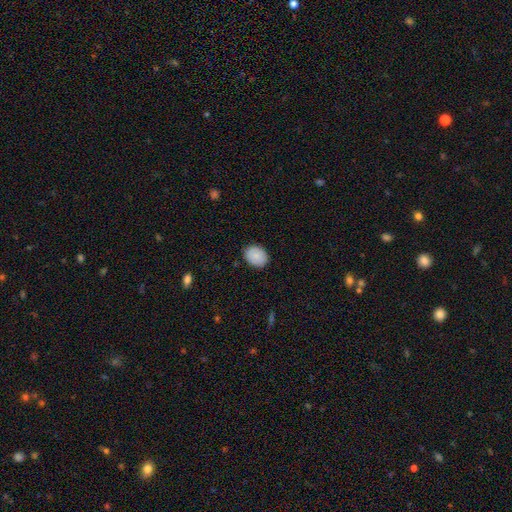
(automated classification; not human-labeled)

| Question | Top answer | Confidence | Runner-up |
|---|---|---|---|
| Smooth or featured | smooth | 88% | star or artifact (7%) |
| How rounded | in between | 56% | round (43%) |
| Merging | none | 88% | minor disturbance (9%) |